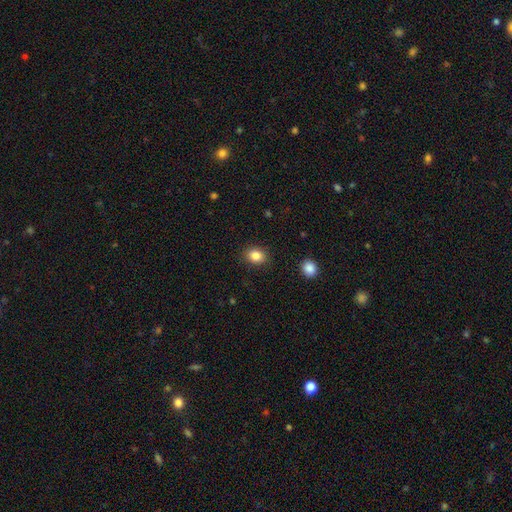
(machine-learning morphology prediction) Overall: smooth (85%). How rounded: in between (53%; round 46%). Merging: none (87%).